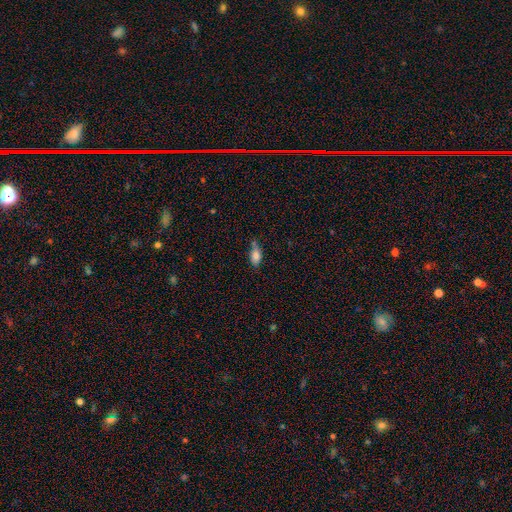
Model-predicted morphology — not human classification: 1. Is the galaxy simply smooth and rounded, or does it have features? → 80% smooth, 12% featured or disk, 8% star or artifact.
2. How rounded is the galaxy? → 87% in between, 8% cigar-shaped, 5% round.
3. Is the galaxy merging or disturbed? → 59% none, 24% minor disturbance, 12% merger, 5% major disturbance.